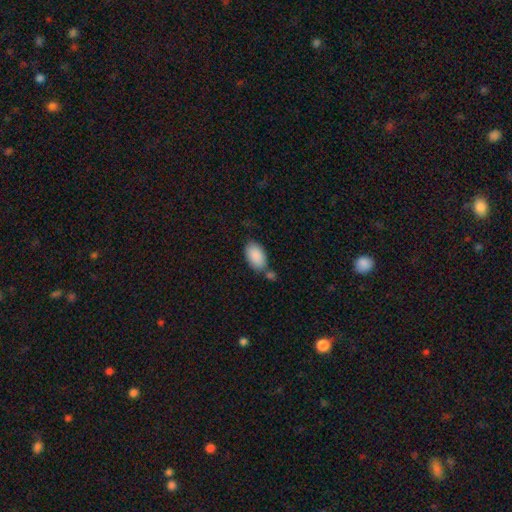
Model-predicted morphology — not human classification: A smooth galaxy with no disk features (89%) that is in between round and cigar-shaped (95%). Merging: none (62%).